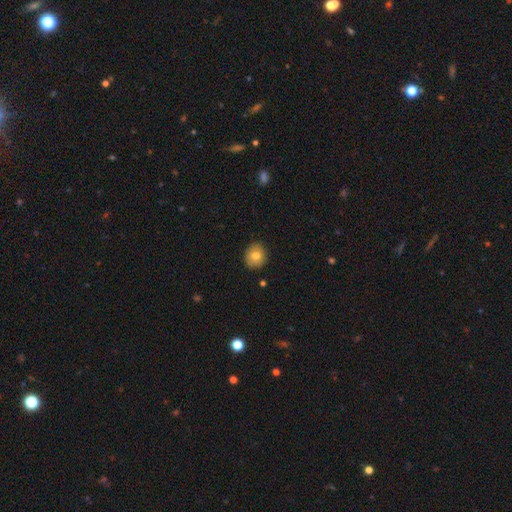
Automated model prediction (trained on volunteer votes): smooth_or_featured: smooth (p=0.79) [alt: featured or disk p=0.12]
how_rounded: round (p=0.75) [alt: in between p=0.24]
merging: none (p=0.88) [alt: minor disturbance p=0.09]